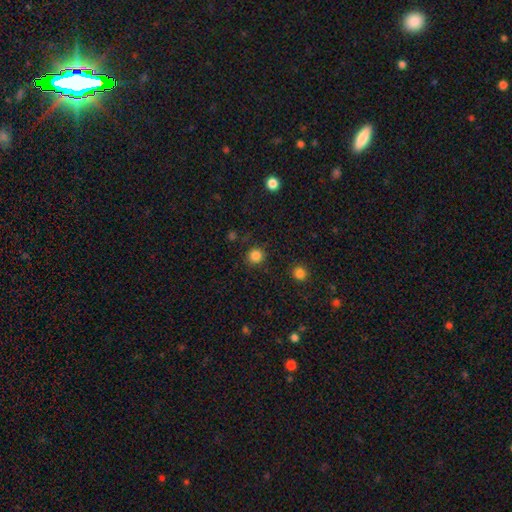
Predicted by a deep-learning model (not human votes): This is clearly a smooth galaxy (84%). How rounded: clearly round (91%). Merging: clearly none (88%).